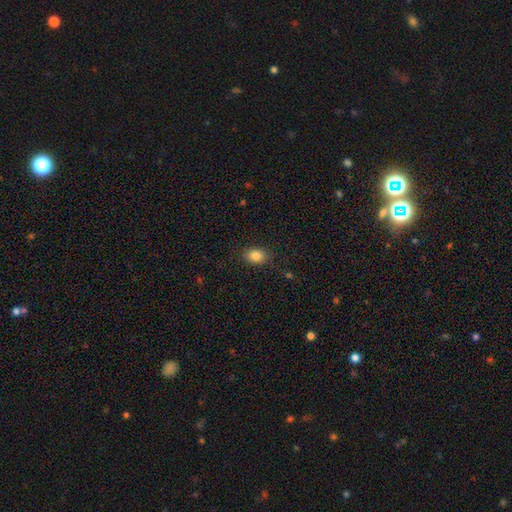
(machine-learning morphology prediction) Smooth or featured? smooth (85%)
How rounded? in between (75%)
Merging? none (86%)